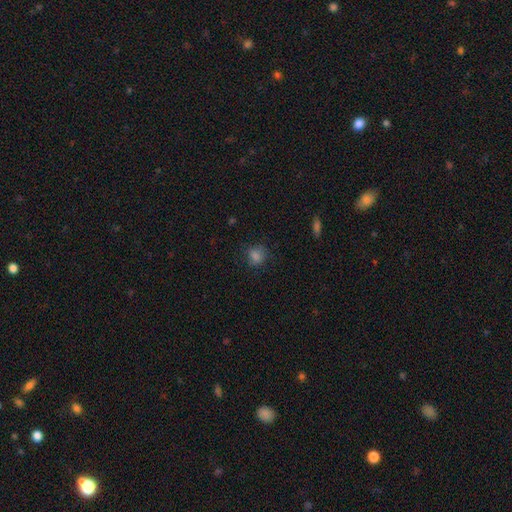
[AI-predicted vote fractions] smooth-or-featured: smooth: 78% | star or artifact: 16% | featured or disk: 5%
  how-rounded: round: 71% | in between: 28% | cigar-shaped: 1%
  merging: none: 77% | minor disturbance: 17% | major disturbance: 5% | merger: 2%